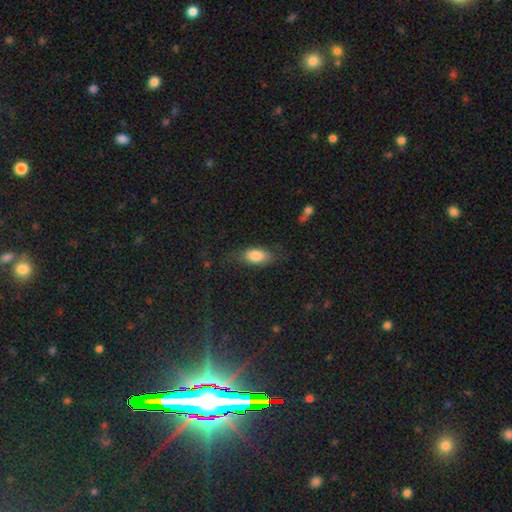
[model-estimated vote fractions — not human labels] Morphology: type=smooth (81%); roundness=in between (88%); merging=none (68%).